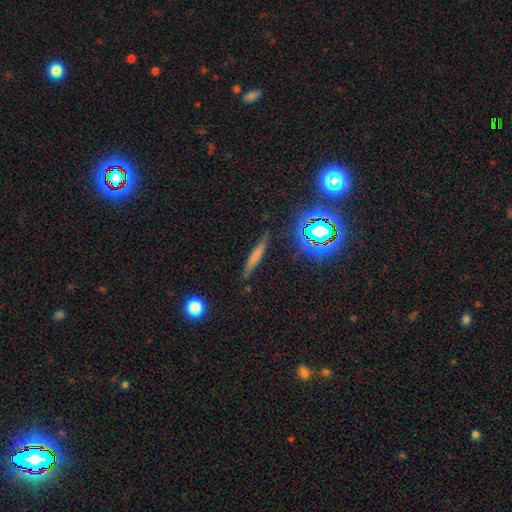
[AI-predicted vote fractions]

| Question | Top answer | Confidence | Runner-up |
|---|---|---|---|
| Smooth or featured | smooth | 58% | featured or disk (26%) |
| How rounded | cigar-shaped | 91% | in between (6%) |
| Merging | none | 82% | minor disturbance (13%) |